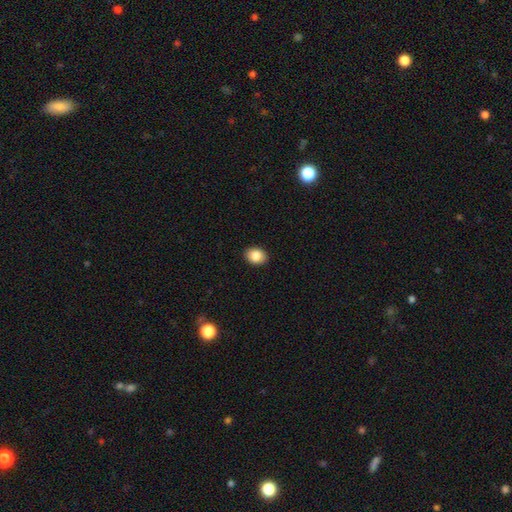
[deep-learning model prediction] A smooth galaxy with no disk features (86%) that is in between round and cigar-shaped (65%). Merging: none (91%).